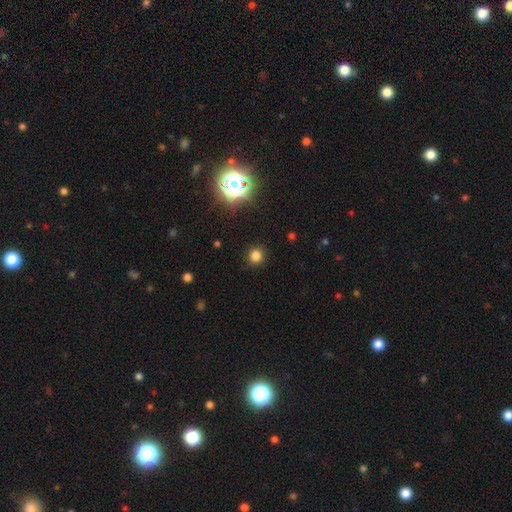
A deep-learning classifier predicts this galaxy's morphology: This is likely a smooth galaxy (77%). How rounded: clearly round (92%). Merging: clearly none (90%).